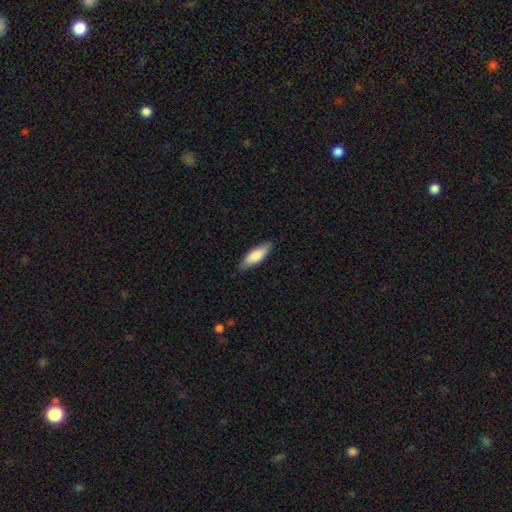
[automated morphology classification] This appears to be a smooth galaxy with no disk features (81%) that is in between round and cigar-shaped (53%). Merging: none (85%).